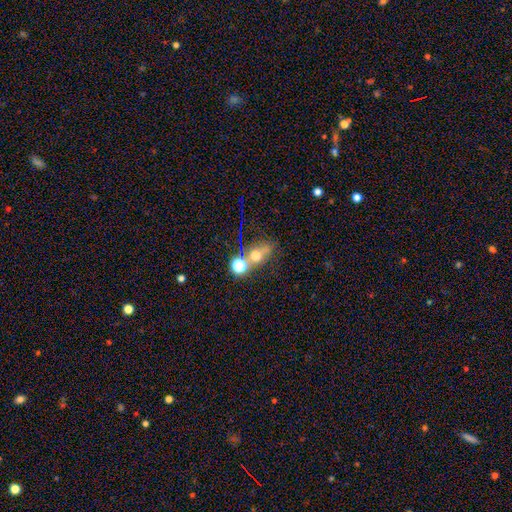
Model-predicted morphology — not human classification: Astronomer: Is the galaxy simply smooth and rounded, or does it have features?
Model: smooth — 53% (runner-up: star or artifact, 28%).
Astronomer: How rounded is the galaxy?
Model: round — 49% (runner-up: in between, 46%).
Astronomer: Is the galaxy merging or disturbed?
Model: none — 47% (runner-up: merger, 33%).